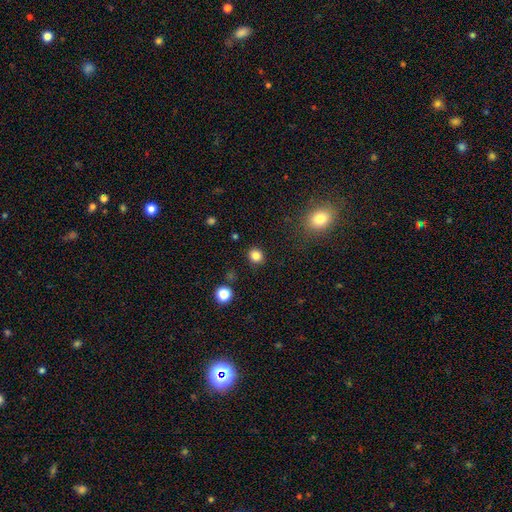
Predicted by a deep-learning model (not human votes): Morphology: type=smooth (84%); roundness=round (76%); merging=none (89%).